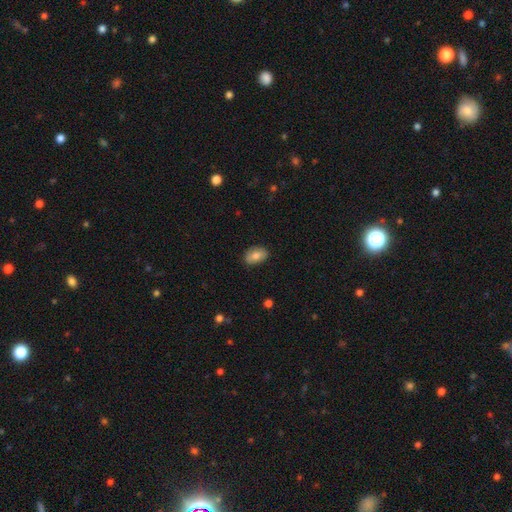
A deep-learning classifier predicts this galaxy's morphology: type=smooth (79%); roundness=in between (88%); merging=none (86%).